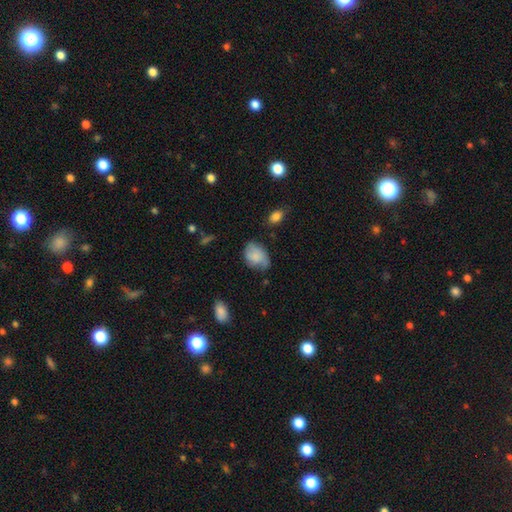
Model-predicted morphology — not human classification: This appears to be a smooth galaxy with no disk features (74%) that is in between round and cigar-shaped (74%). Merging: none (54%).